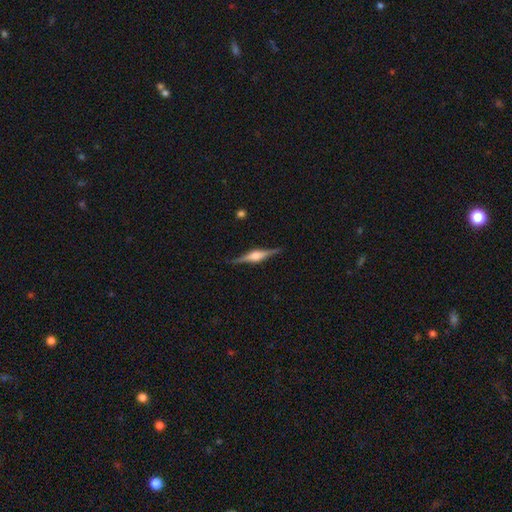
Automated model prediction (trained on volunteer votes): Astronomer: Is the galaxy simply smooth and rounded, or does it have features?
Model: featured or disk — 84%.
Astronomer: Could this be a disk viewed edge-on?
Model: yes — 98%.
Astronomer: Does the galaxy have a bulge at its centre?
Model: rounded — 85%.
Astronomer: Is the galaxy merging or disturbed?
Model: none — 89%.